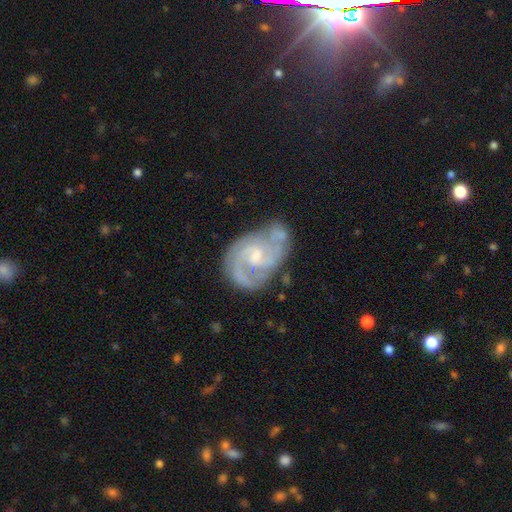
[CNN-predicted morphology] Smooth or featured?
  - featured or disk: 87% *
  - smooth: 7%
  - star or artifact: 5%
Edge-on disk?
  - no: 98% *
  - yes: 2%
Bar?
  - weak: 48% *
  - no: 44%
  - strong: 8%
Spiral arms?
  - yes: 96% *
  - no: 4%
Spiral winding?
  - medium: 45% * (tied)
  - tight: 45% * (tied)
  - loose: 10%
Spiral arm count?
  - 2: 56% *
  - 3: 22%
  - can't tell: 13%
  - 4: 4%
  - 1: 4%
  - more than 4: 3%
Bulge size?
  - small: 52% *
  - moderate: 41%
  - none: 4%
  - large: 2%
  - dominant: 1%
Merging?
  - none: 61% *
  - minor disturbance: 24%
  - major disturbance: 10%
  - merger: 6%